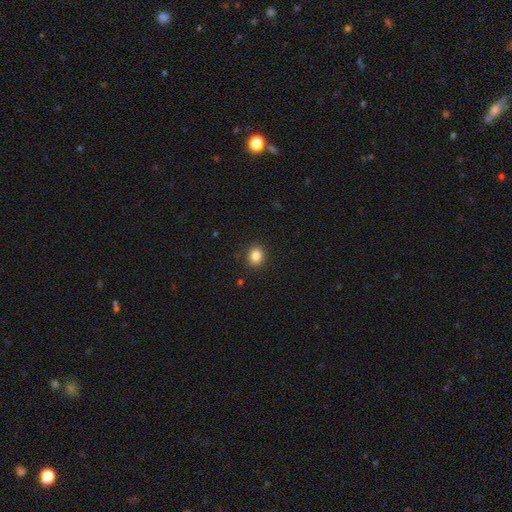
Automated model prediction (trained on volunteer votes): smooth-or-featured: smooth: 84% | star or artifact: 11% | featured or disk: 5%
  how-rounded: round: 68% | in between: 31% | cigar-shaped: 1%
  merging: none: 90% | minor disturbance: 7% | major disturbance: 2% | merger: 1%